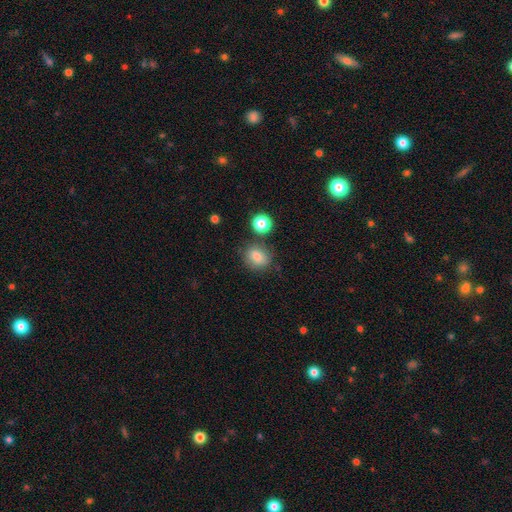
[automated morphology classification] Q: Smooth or featured?
A: smooth (80%); runner-up: star or artifact (12%)
Q: How rounded?
A: round (62%); runner-up: in between (37%)
Q: Merging?
A: none (76%); runner-up: minor disturbance (13%)